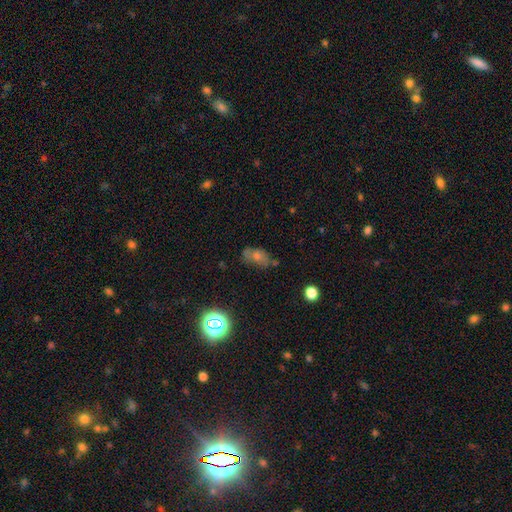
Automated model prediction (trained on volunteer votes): smooth 44%, featured or disk 29%, star or artifact 27%. Down the decision tree: merging — none (59%).